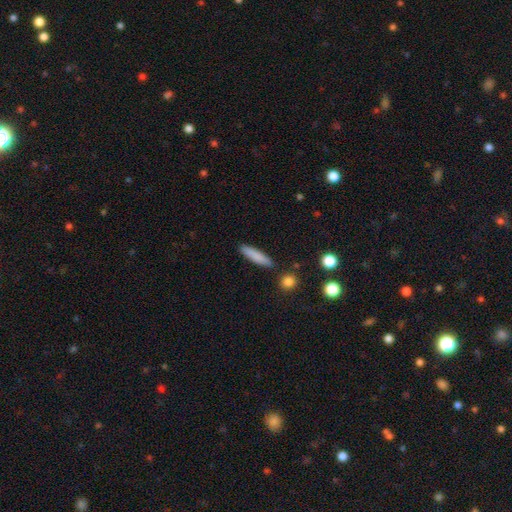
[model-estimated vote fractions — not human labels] smooth 83%, featured or disk 10%, star or artifact 7%. Down the decision tree: how rounded — cigar-shaped (78%); merging — none (87%).